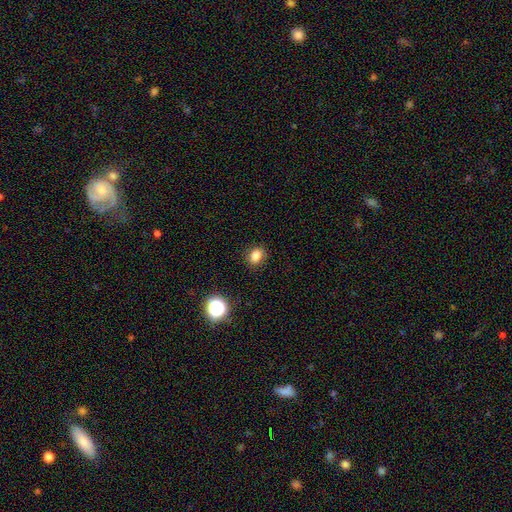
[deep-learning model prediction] Smooth or featured?
  - smooth: 82% *
  - star or artifact: 13%
  - featured or disk: 5%
How rounded?
  - in between: 54% *
  - round: 45%
  - cigar-shaped: 1%
Merging?
  - none: 87% *
  - minor disturbance: 9%
  - major disturbance: 3%
  - merger: 1%